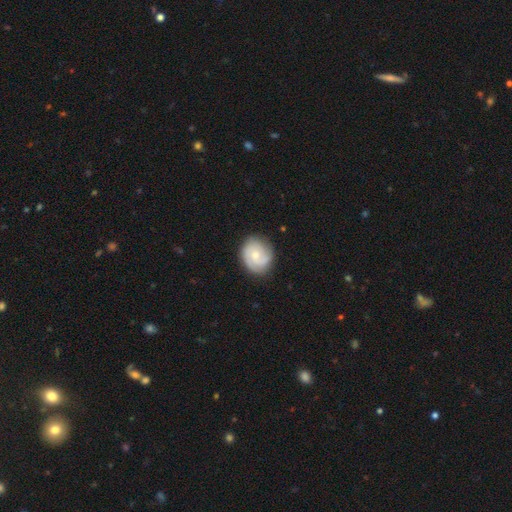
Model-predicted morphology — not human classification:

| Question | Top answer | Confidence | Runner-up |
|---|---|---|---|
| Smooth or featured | featured or disk | 61% | smooth (33%) |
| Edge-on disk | no | 98% | yes (2%) |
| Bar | no | 71% | weak (26%) |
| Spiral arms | yes | 90% | no (10%) |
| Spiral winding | tight | 56% | medium (33%) |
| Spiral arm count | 2 | 41% | can't tell (25%) |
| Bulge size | small | 53% | moderate (42%) |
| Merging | none | 79% | minor disturbance (15%) |